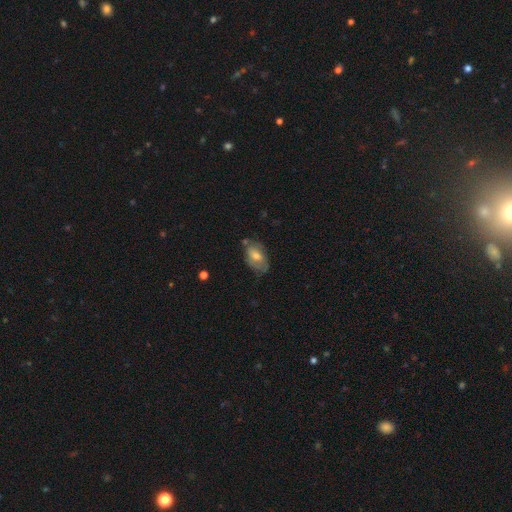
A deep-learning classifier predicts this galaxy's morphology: smooth-or-featured: smooth: 53% | featured or disk: 38% | star or artifact: 8%
  how-rounded: in between: 90% | round: 7% | cigar-shaped: 3%
  merging: none: 60% | minor disturbance: 27% | major disturbance: 8% | merger: 4%